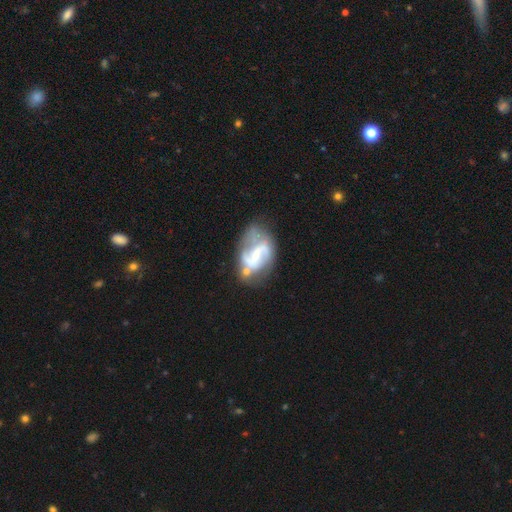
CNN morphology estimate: Smooth or featured?
  - featured or disk: 78% *
  - smooth: 15%
  - star or artifact: 6%
Edge-on disk?
  - no: 98% *
  - yes: 2%
Bar?
  - weak: 49% *
  - no: 27%
  - strong: 23%
Spiral arms?
  - yes: 84% *
  - no: 16%
Spiral winding?
  - medium: 43% * (tied)
  - loose: 43% * (tied)
  - tight: 15%
Spiral arm count?
  - 2: 76% *
  - can't tell: 11%
  - 1: 6%
  - 3: 3%
  - 4: 1%
  - more than 4: 1%
Bulge size?
  - small: 49% *
  - moderate: 30%
  - none: 16%
  - large: 4%
  - dominant: 1%
Merging?
  - none: 37% *
  - minor disturbance: 25%
  - major disturbance: 22%
  - merger: 16%